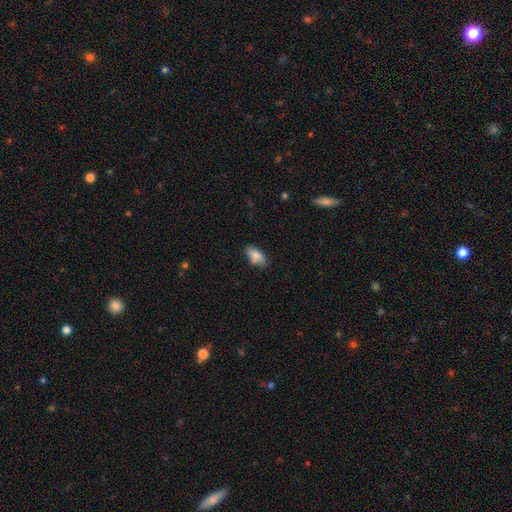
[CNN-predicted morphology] Smooth or featured? Predicted: smooth (p=0.81). How rounded? Predicted: in between (p=0.88). Merging? Predicted: none (p=0.67).